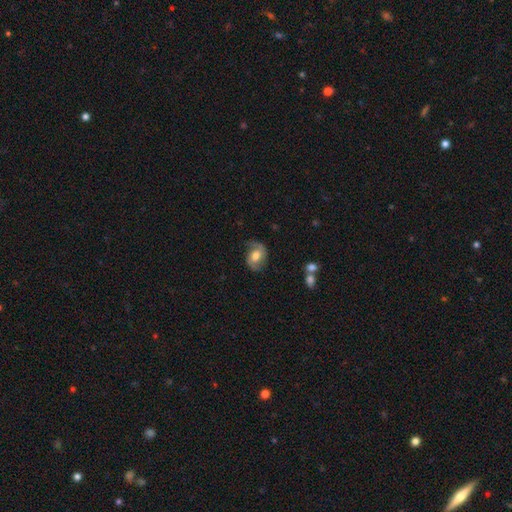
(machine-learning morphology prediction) Q: Smooth or featured?
A: featured or disk (61%); runner-up: smooth (32%)
Q: Edge-on disk?
A: no (97%); runner-up: yes (3%)
Q: Bar?
A: no (47%); runner-up: weak (40%)
Q: Spiral arms?
A: yes (85%); runner-up: no (15%)
Q: Spiral winding?
A: medium (45%); runner-up: loose (35%)
Q: Spiral arm count?
A: 2 (83%); runner-up: 1 (7%)
Q: Bulge size?
A: moderate (70%); runner-up: large (15%)
Q: Merging?
A: none (68%); runner-up: minor disturbance (21%)